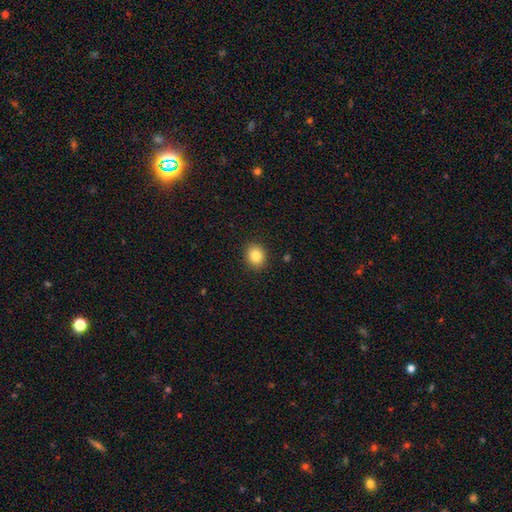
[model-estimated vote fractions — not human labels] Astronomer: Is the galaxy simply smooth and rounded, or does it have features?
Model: smooth — 83%.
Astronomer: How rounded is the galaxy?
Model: round — 69%.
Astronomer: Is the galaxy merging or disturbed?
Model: none — 90%.